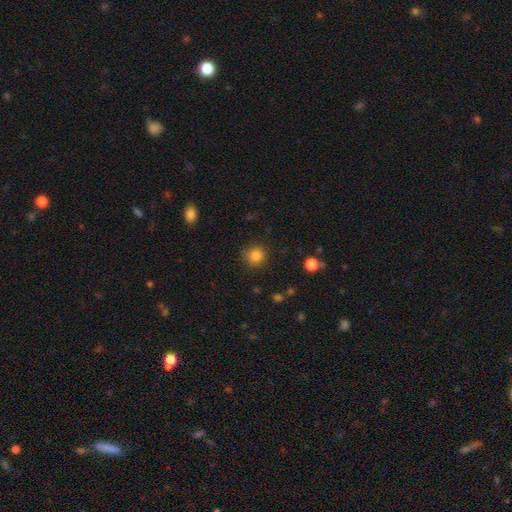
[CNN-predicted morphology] A smooth galaxy with no disk features (84%) that is round (91%). Merging: none (86%).